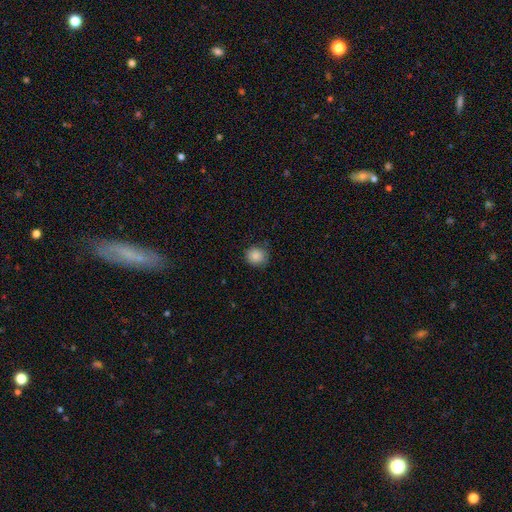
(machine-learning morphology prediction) smooth 86%, star or artifact 9%, featured or disk 4%. Down the decision tree: how rounded — round (88%); merging — none (80%).